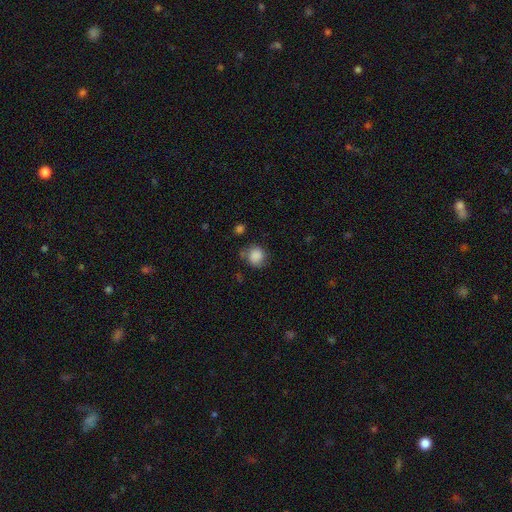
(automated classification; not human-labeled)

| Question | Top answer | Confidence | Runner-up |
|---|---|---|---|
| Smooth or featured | smooth | 85% | star or artifact (9%) |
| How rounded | round | 83% | in between (16%) |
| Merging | none | 65% | minor disturbance (22%) |